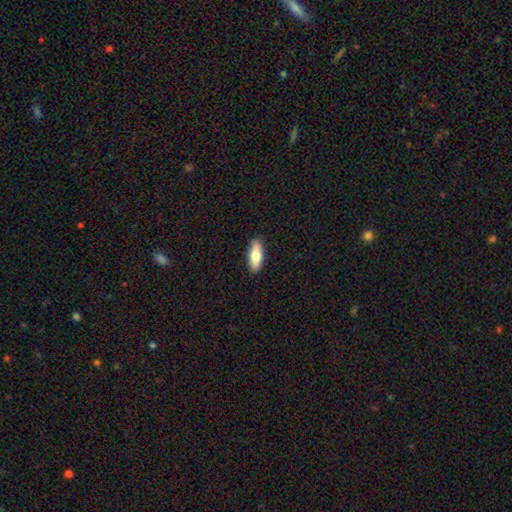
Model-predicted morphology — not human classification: Smooth or featured?
  - smooth: 75% *
  - featured or disk: 19%
  - star or artifact: 6%
How rounded?
  - in between: 64% *
  - cigar-shaped: 33%
  - round: 2%
Merging?
  - none: 90% *
  - minor disturbance: 8%
  - major disturbance: 2%
  - merger: 1%